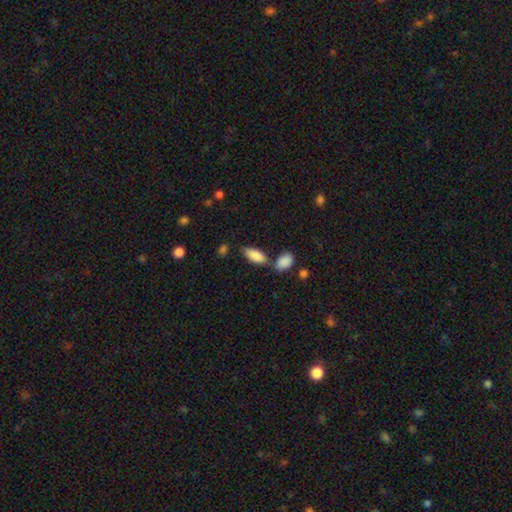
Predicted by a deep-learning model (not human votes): A smooth galaxy with no disk features (86%) that is in between round and cigar-shaped (87%).

Vote fractions:
- Smooth or featured? smooth: 86% / featured or disk: 7% / star or artifact: 6%
- How rounded? in between: 87% / cigar-shaped: 11% / round: 2%
- Merging? none: 59% / merger: 22% / minor disturbance: 15% / major disturbance: 4%